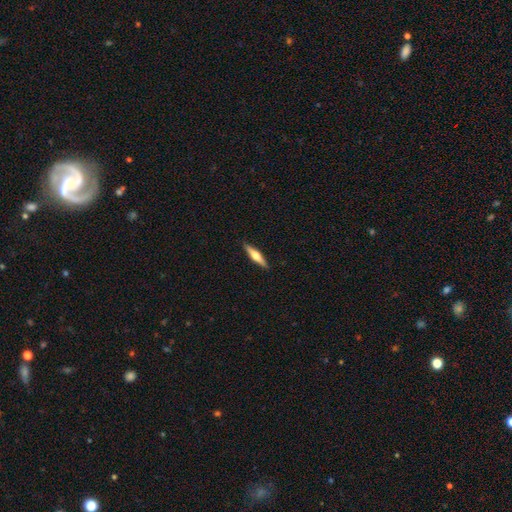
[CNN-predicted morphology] type=featured or disk (57%); edge-on=yes (97%); edge-on bulge=rounded (92%); merging=none (91%).